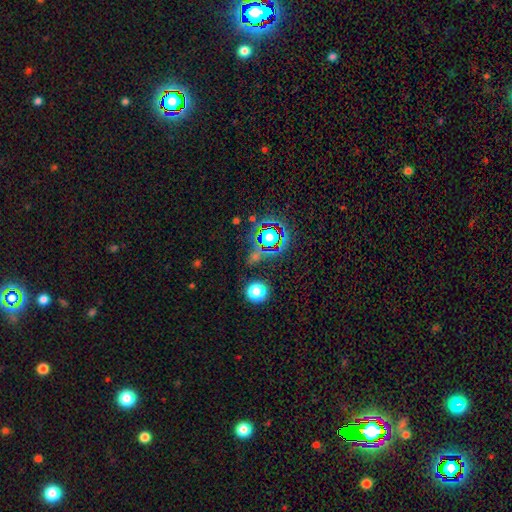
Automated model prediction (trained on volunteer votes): Smooth or featured? star or artifact (64%)